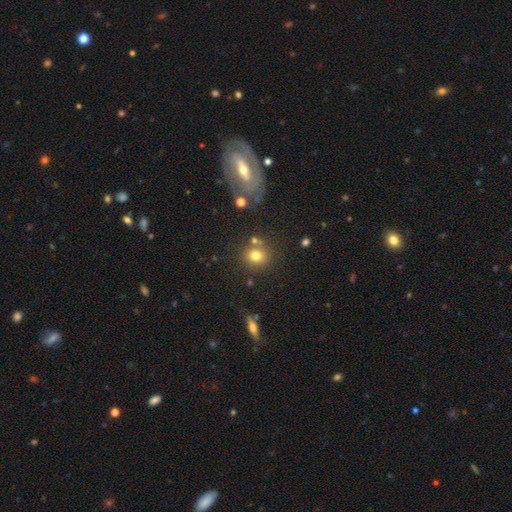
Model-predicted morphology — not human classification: smooth-or-featured: smooth: 76% | star or artifact: 14% | featured or disk: 10%
  how-rounded: round: 80% | in between: 19% | cigar-shaped: 1%
  merging: none: 73% | merger: 12% | minor disturbance: 11% | major disturbance: 4%